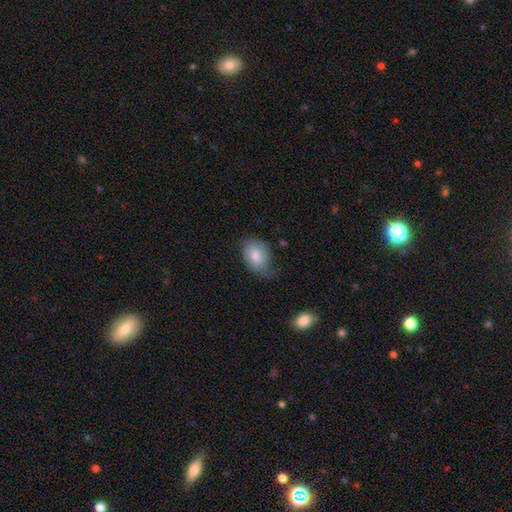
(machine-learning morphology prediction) Q: Smooth or featured?
A: smooth (74%); runner-up: featured or disk (19%)
Q: How rounded?
A: in between (70%); runner-up: round (28%)
Q: Merging?
A: none (51%); runner-up: minor disturbance (34%)